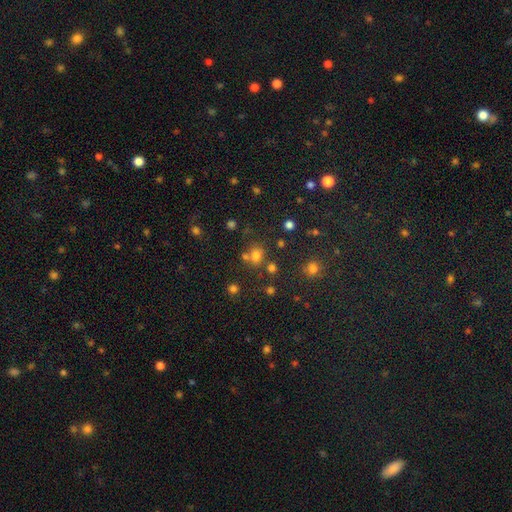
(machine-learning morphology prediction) The model was most divided on "how rounded": round: 69%, in between: 30%, cigar-shaped: 1%. More confident: smooth or featured — smooth (70%); merging — none (63%).